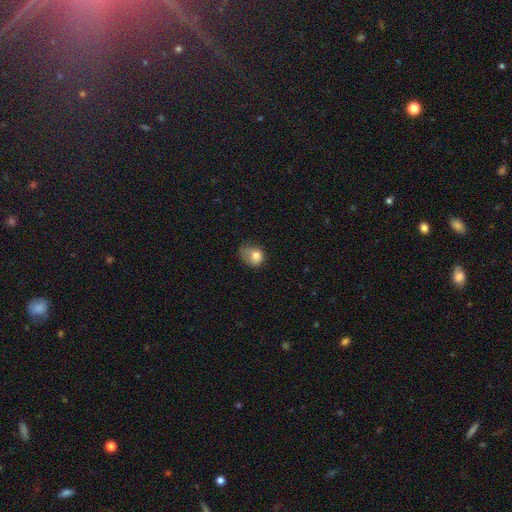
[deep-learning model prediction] smooth-or-featured: smooth: 77% | featured or disk: 13% | star or artifact: 10%
  how-rounded: round: 60% | in between: 40% | cigar-shaped: 1%
  merging: minor disturbance: 39% | none: 29% | major disturbance: 29% | merger: 3%